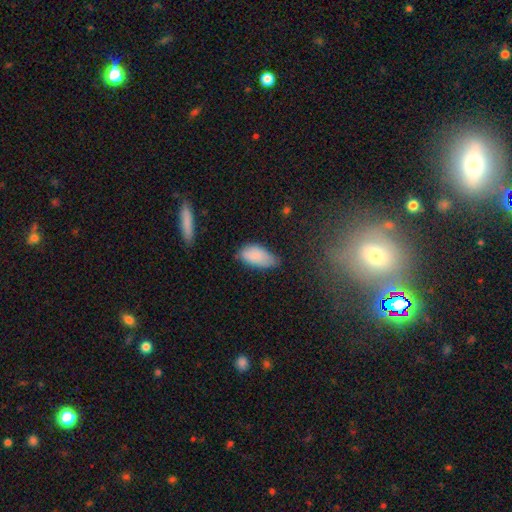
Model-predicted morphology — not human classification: type=smooth (83%); roundness=in between (92%); merging=none (51%).